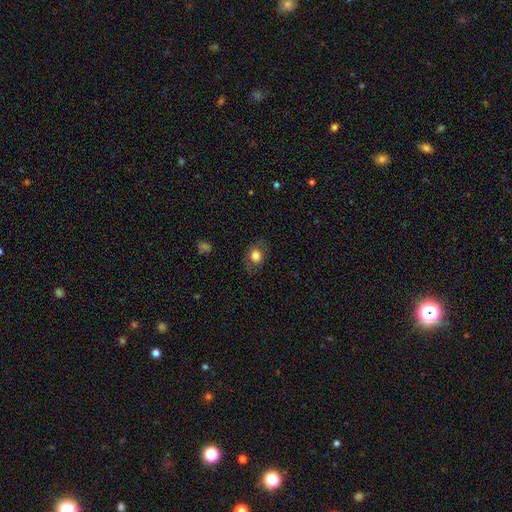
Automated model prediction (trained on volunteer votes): Smooth or featured? Predicted: smooth (p=0.75). How rounded? Predicted: in between (p=0.56). Merging? Predicted: none (p=0.80).